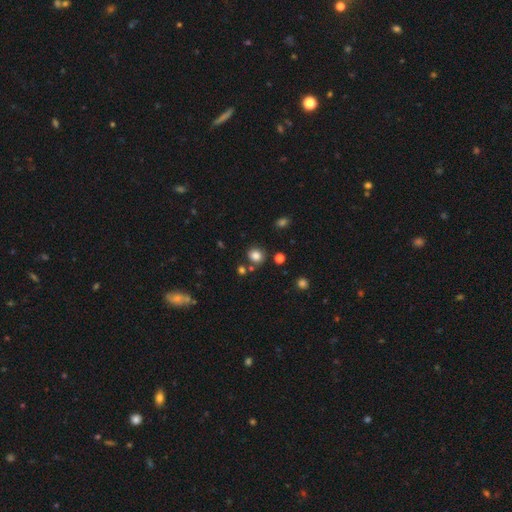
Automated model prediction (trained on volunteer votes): Overall: smooth (82%). How rounded: round (76%). Merging: none (78%).